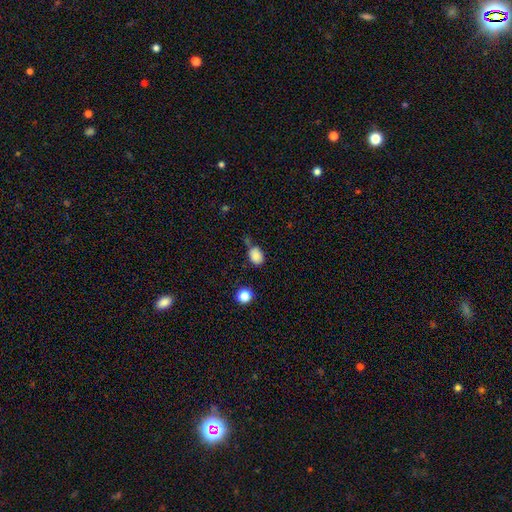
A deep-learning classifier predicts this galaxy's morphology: smooth-or-featured: smooth: 85% | star or artifact: 10% | featured or disk: 5%
  how-rounded: in between: 71% | round: 28% | cigar-shaped: 1%
  merging: none: 62% | minor disturbance: 23% | merger: 10% | major disturbance: 5%